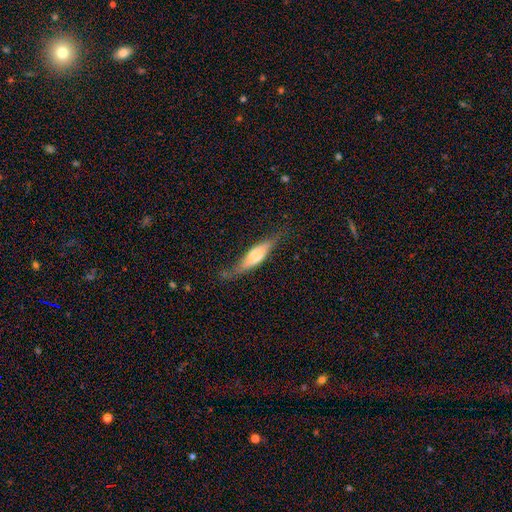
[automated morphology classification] Q: Smooth or featured?
A: smooth (49%); runner-up: featured or disk (44%)
Q: Merging?
A: none (60%); runner-up: minor disturbance (27%)